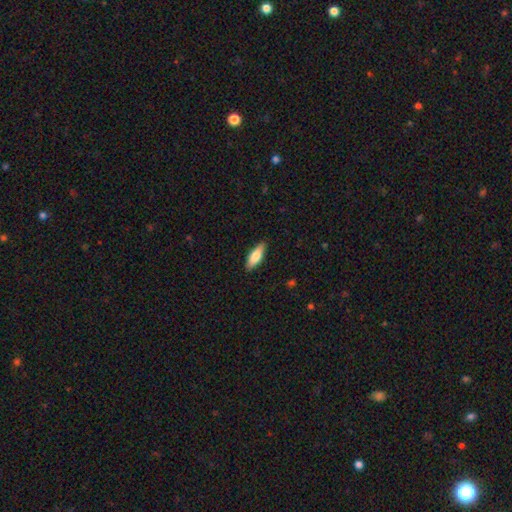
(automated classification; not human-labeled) This appears to be a smooth galaxy with no disk features (75%) that is in between round and cigar-shaped (59%). Merging: none (88%).